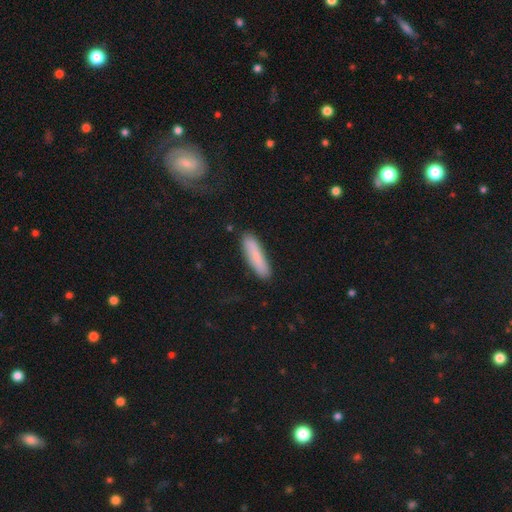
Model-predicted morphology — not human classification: This appears to be a smooth galaxy with no disk features (80%) that is cigar-shaped (81%). Merging: none (83%).